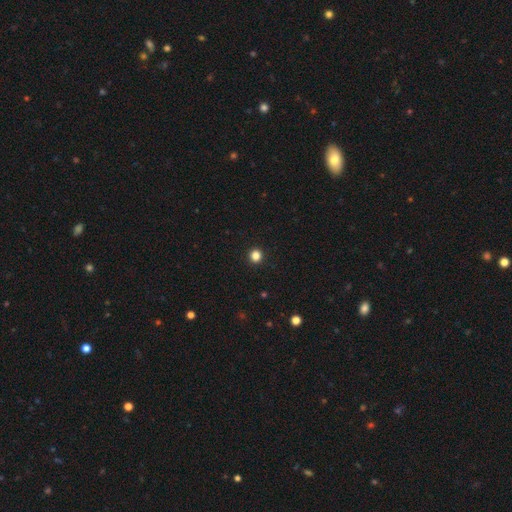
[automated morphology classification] Smooth or featured? Predicted: smooth (p=0.84). How rounded? Predicted: round (p=0.93). Merging? Predicted: none (p=0.94).